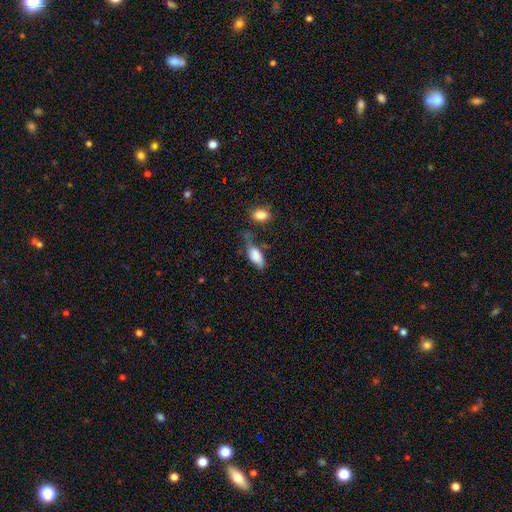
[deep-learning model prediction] A smooth galaxy with no disk features (80%) that is in between round and cigar-shaped (88%). Merging: none (34%).